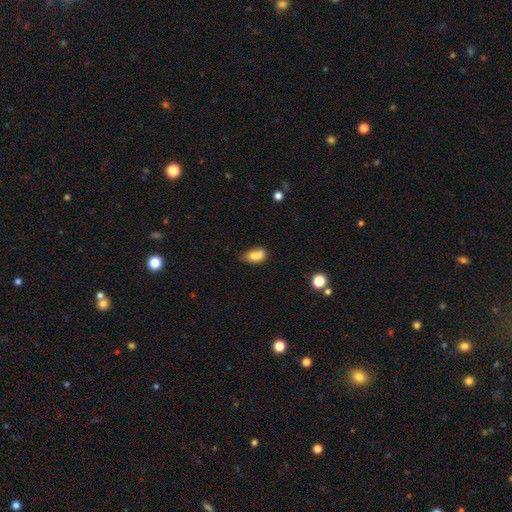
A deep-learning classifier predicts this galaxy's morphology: Q: Smooth or featured?
A: smooth (70%); runner-up: featured or disk (20%)
Q: How rounded?
A: in between (78%); runner-up: round (18%)
Q: Merging?
A: merger (41%); runner-up: none (29%)